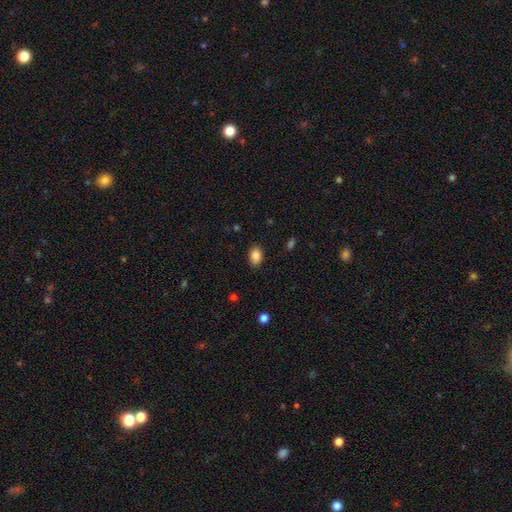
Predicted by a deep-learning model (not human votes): Smooth or featured? smooth (87%)
How rounded? in between (78%)
Merging? none (87%)